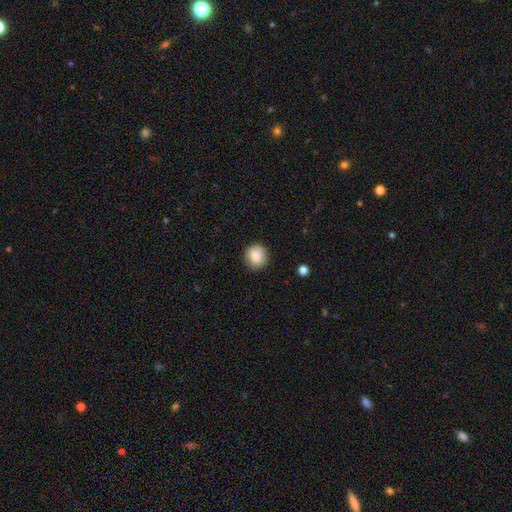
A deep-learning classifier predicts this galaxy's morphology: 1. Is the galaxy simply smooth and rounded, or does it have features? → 83% smooth, 9% star or artifact, 8% featured or disk.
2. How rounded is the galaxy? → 92% round, 7% in between, 1% cigar-shaped.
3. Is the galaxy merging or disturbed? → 88% none, 9% minor disturbance, 2% major disturbance, 1% merger.